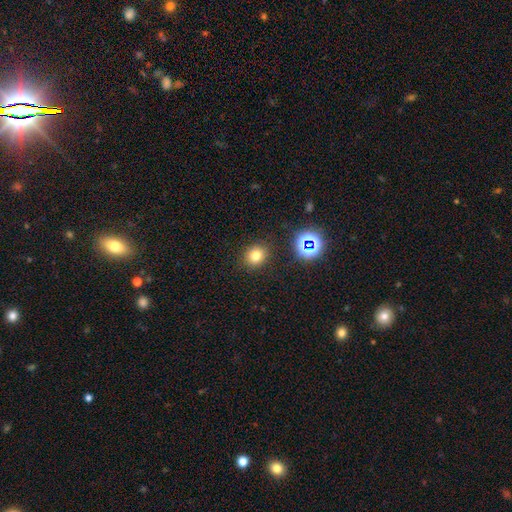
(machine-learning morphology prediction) A smooth galaxy with no disk features (75%) that is round (69%). Merging: none (86%).